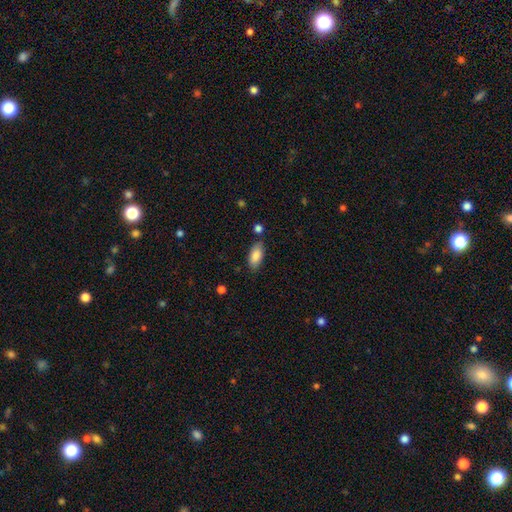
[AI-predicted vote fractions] Smooth or featured?
  - smooth: 84% *
  - featured or disk: 9%
  - star or artifact: 7%
How rounded?
  - in between: 90% *
  - cigar-shaped: 8%
  - round: 2%
Merging?
  - none: 75% *
  - minor disturbance: 16%
  - merger: 5%
  - major disturbance: 4%